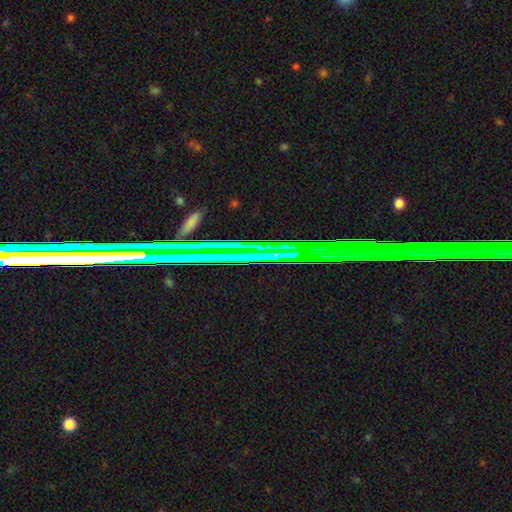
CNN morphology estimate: smooth-or-featured: star or artifact: 66% | featured or disk: 21% | smooth: 13%